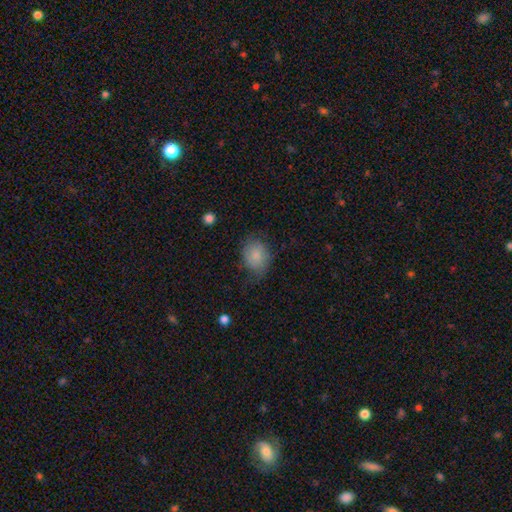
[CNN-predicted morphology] Overall: smooth (81%). How rounded: in between (55%; round 44%). Merging: none (60%; minor disturbance 29%).